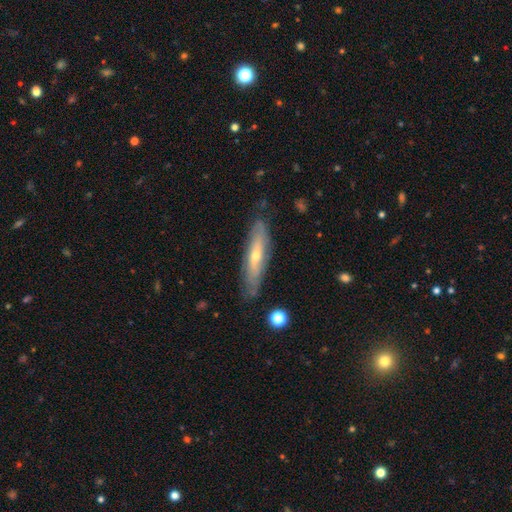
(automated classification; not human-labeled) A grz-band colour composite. It shows a featured or disk galaxy (60%) viewed edge-on (60%). Merging: none (81%).